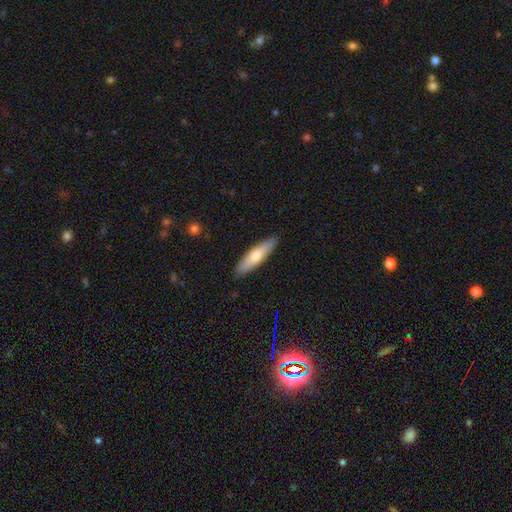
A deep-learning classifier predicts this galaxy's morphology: type=smooth (67%); roundness=cigar-shaped (73%); merging=none (89%).